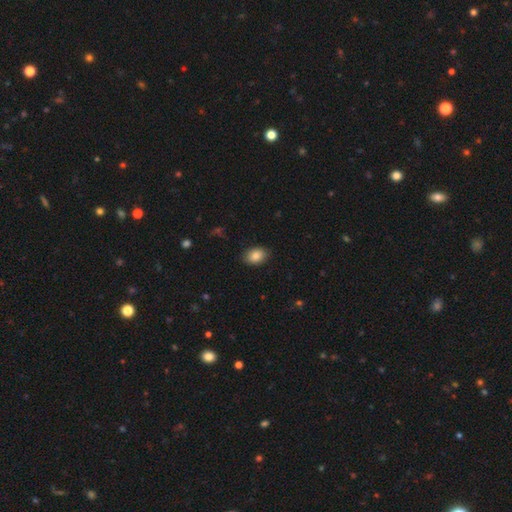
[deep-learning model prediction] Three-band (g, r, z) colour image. It shows a smooth galaxy with no disk features (84%) that is in between round and cigar-shaped (76%). Merging: none (87%).